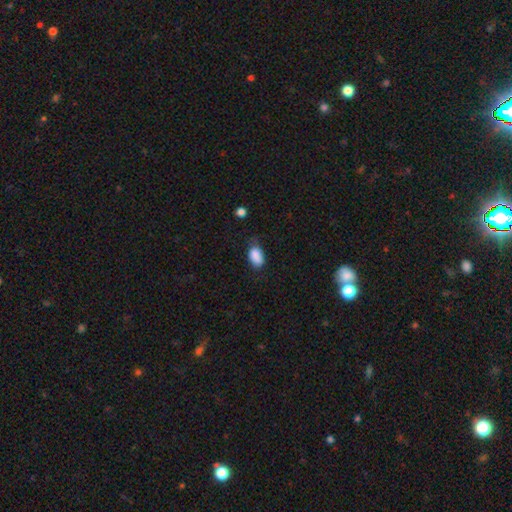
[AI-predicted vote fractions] This appears to be a smooth galaxy with no disk features (87%) that is in between round and cigar-shaped (89%). Merging: none (56%).